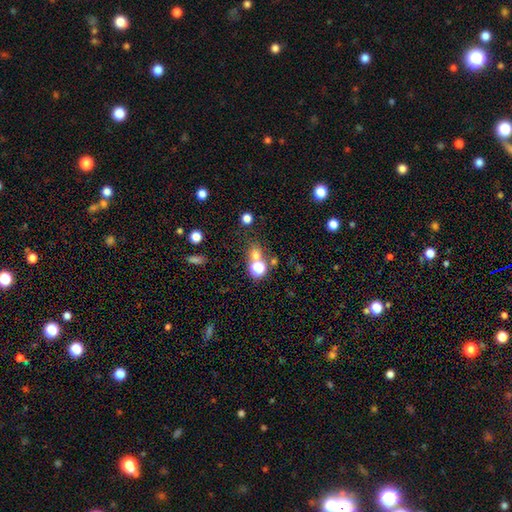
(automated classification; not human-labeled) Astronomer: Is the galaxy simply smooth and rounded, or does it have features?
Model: smooth — 62%.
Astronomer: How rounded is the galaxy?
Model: round — 75%.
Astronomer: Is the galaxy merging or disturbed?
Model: none — 60%.